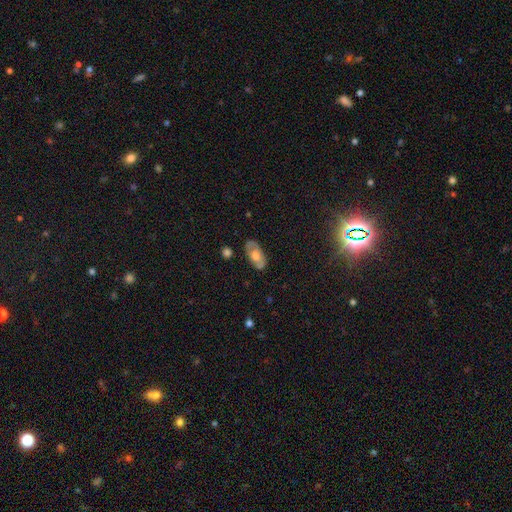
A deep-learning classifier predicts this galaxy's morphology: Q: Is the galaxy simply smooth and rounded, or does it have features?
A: featured or disk — 47%, tied with smooth.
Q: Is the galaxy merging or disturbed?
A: none — 78%.